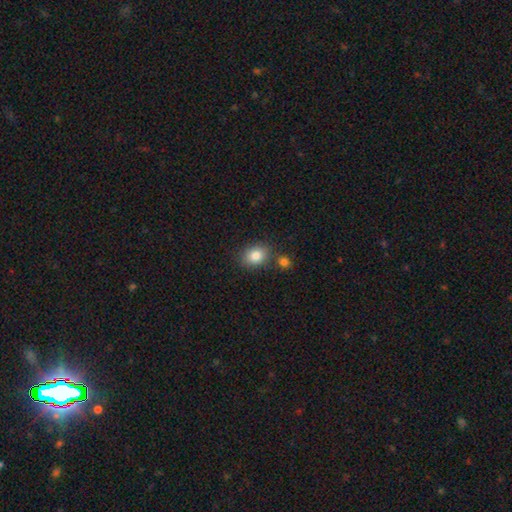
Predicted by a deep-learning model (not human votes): smooth_or_featured: smooth (p=0.83) [alt: star or artifact p=0.09]
how_rounded: in between (p=0.54) [alt: round p=0.45]
merging: none (p=0.72) [alt: merger p=0.13]